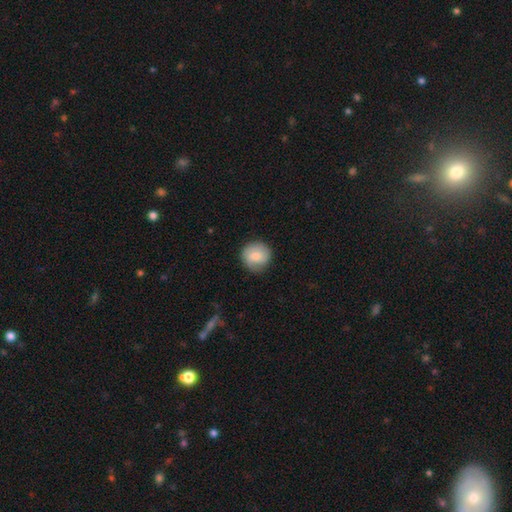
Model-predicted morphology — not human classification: The model was most divided on "smooth or featured": smooth: 72%, featured or disk: 21%, star or artifact: 7%. More confident: how rounded — round (92%); merging — none (79%).